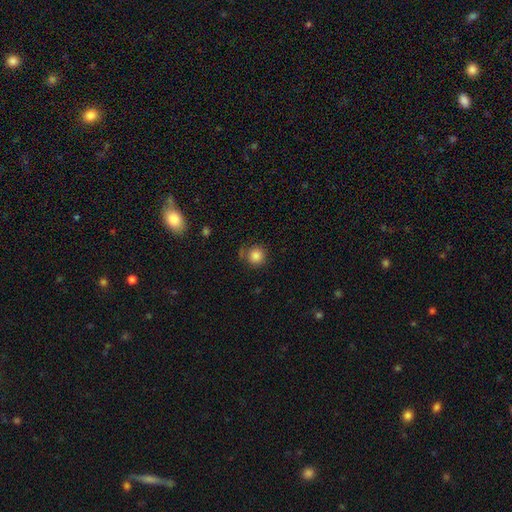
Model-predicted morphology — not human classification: Smooth or featured: smooth — 85% (star or artifact — 10%)
How rounded: round — 94% (in between — 5%)
Merging: none — 77% (minor disturbance — 13%)